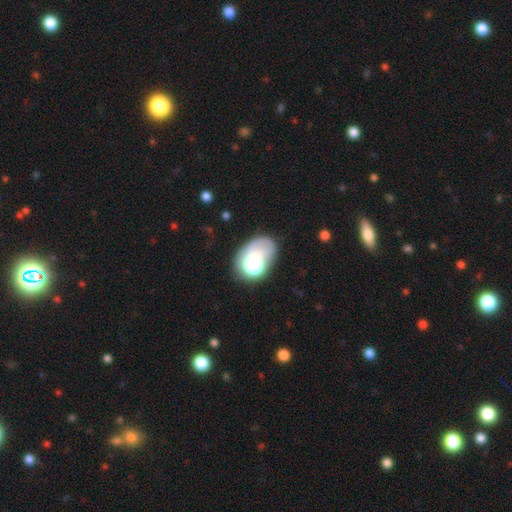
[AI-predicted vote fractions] Q: Smooth or featured?
A: smooth (53%); runner-up: featured or disk (30%)
Q: How rounded?
A: in between (69%); runner-up: round (30%)
Q: Merging?
A: none (41%); runner-up: major disturbance (26%)